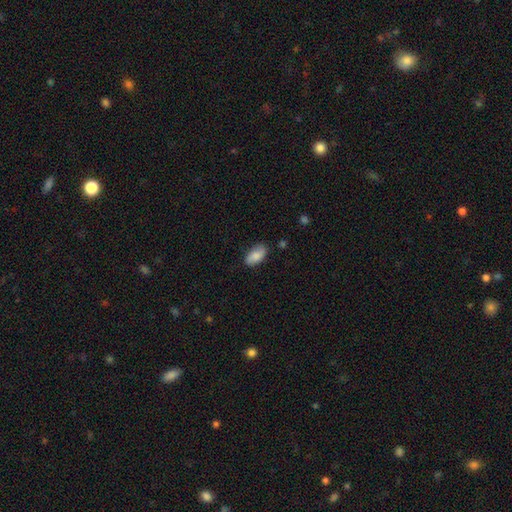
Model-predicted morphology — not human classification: type=smooth (80%); roundness=in between (93%); merging=none (80%).